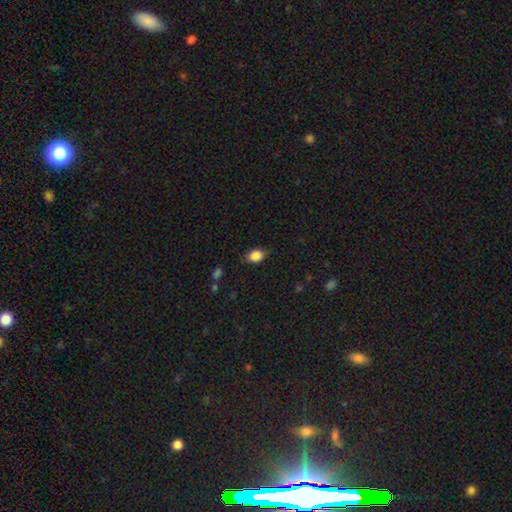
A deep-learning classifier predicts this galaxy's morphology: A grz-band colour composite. It shows a smooth galaxy with no disk features (87%) that is in between round and cigar-shaped (81%). Merging: none (81%).